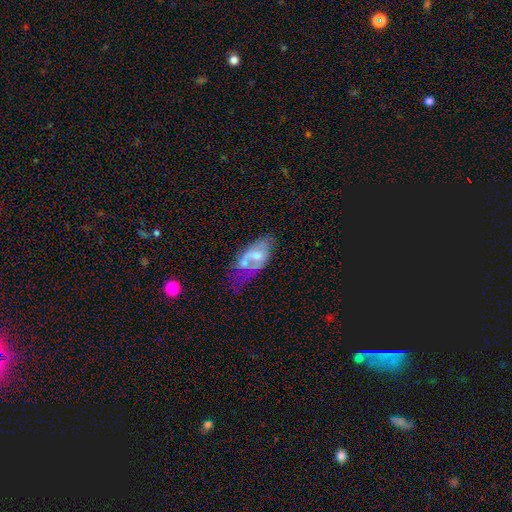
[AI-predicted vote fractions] featured or disk 52%, smooth 40%, star or artifact 8%. Down the decision tree: edge-on disk — no (91%); merging — none (27%, tied with major disturbance).